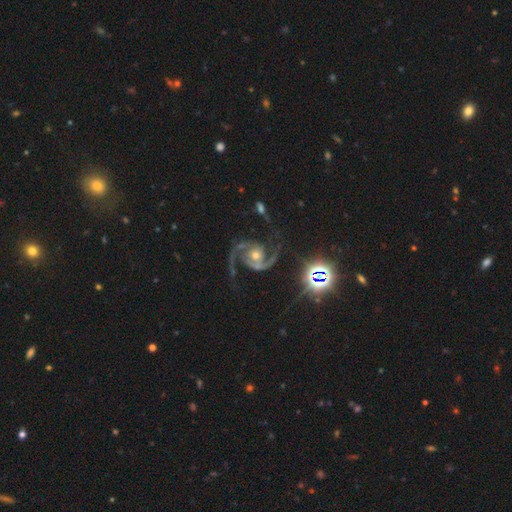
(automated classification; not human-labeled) This appears to be a featured or disk galaxy (90%) with no bar (70%), 2 (93%) medium (61%) spiral arms (98%) and a moderate central bulge (66%). Merging: none (74%).